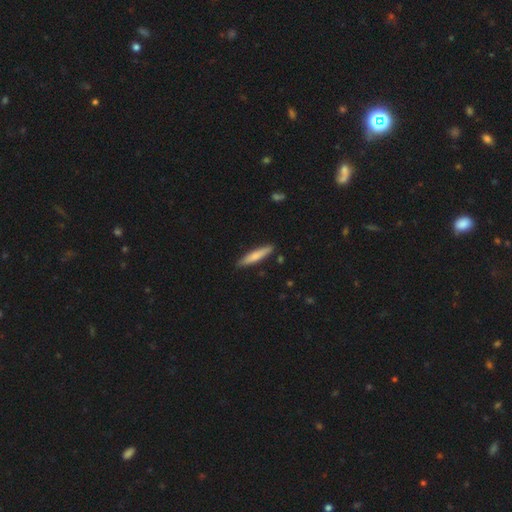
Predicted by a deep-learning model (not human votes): Smooth or featured?
  - smooth: 70% *
  - featured or disk: 25%
  - star or artifact: 5%
How rounded?
  - cigar-shaped: 89% *
  - in between: 10%
  - round: 1%
Merging?
  - none: 88% *
  - minor disturbance: 9%
  - merger: 2%
  - major disturbance: 2%